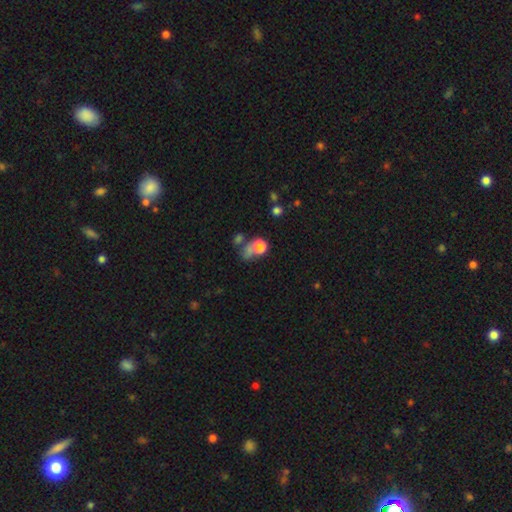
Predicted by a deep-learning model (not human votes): Q: Smooth or featured?
A: smooth (50%); runner-up: star or artifact (34%)
Q: Merging?
A: none (44%); runner-up: merger (27%)